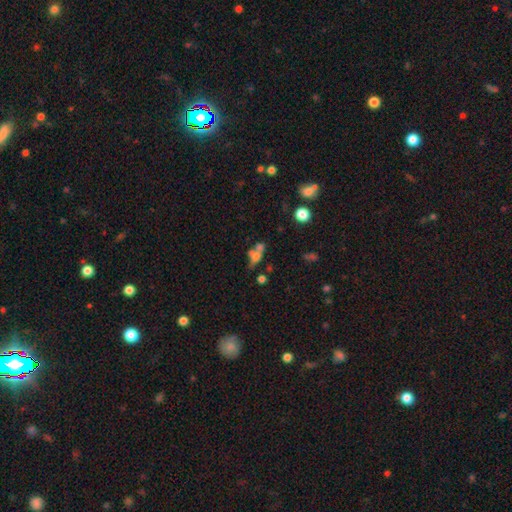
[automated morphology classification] smooth-or-featured: smooth: 51% | featured or disk: 33% | star or artifact: 16%
  how-rounded: in between: 55% | round: 24% | cigar-shaped: 21%
  merging: merger: 45% | none: 32% | minor disturbance: 12% | major disturbance: 11%